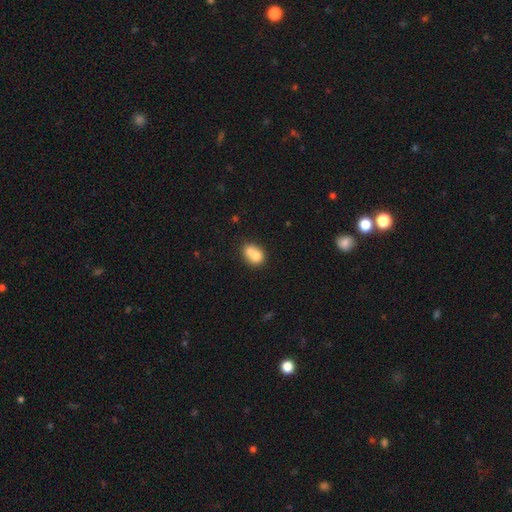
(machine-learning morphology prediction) smooth_or_featured: smooth (p=0.71) [alt: featured or disk p=0.20]
how_rounded: round (p=0.60) [alt: in between p=0.39]
merging: merger (p=0.64) [alt: none p=0.26]